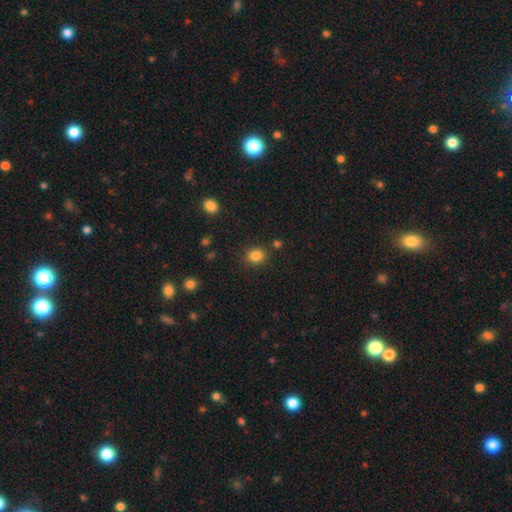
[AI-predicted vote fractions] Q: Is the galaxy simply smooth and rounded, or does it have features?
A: smooth — 84%.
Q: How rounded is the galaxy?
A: round — 71%.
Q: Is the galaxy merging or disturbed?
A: none — 84%.